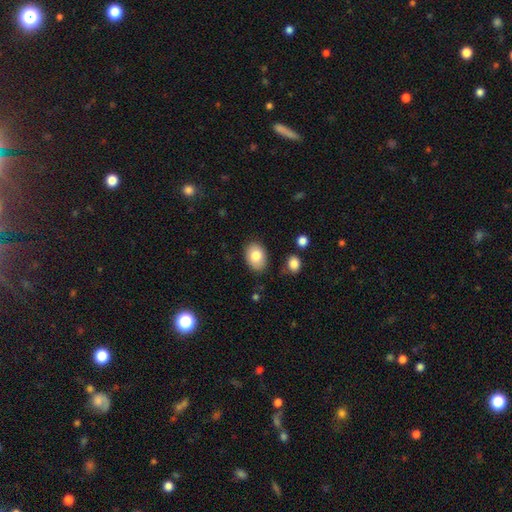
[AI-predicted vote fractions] Smooth or featured: smooth — 82% (featured or disk — 11%)
How rounded: in between — 79% (round — 20%)
Merging: none — 82% (minor disturbance — 13%)